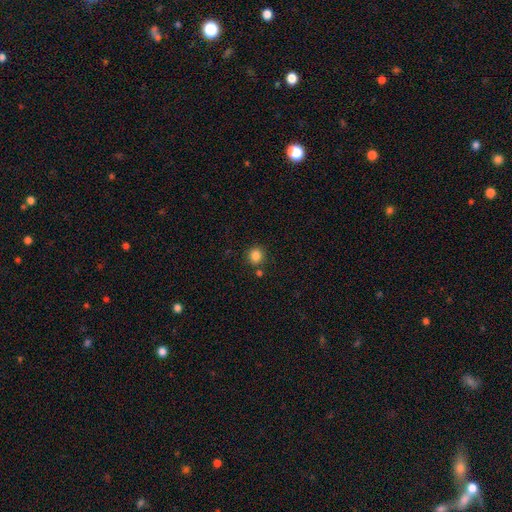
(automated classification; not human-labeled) This is clearly a smooth galaxy (84%). How rounded: clearly round (90%). Merging: clearly none (83%).